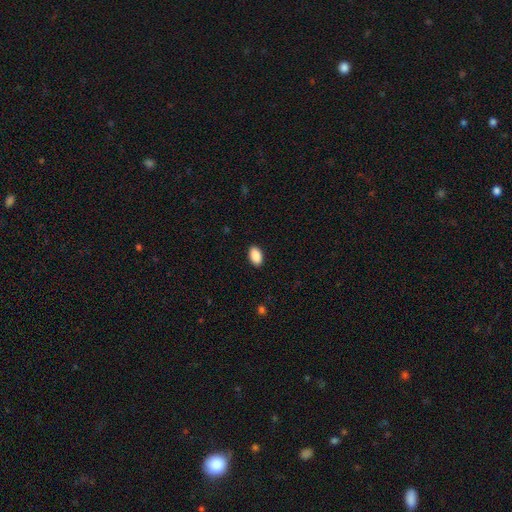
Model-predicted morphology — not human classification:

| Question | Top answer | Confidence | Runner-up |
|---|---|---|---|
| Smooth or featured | smooth | 90% | star or artifact (7%) |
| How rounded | in between | 93% | round (5%) |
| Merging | none | 90% | minor disturbance (7%) |